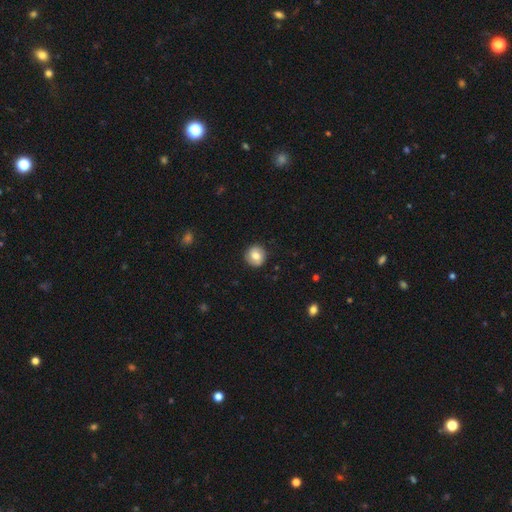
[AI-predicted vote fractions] Q: Smooth or featured?
A: smooth (77%); runner-up: featured or disk (15%)
Q: How rounded?
A: round (90%); runner-up: in between (9%)
Q: Merging?
A: none (87%); runner-up: minor disturbance (10%)